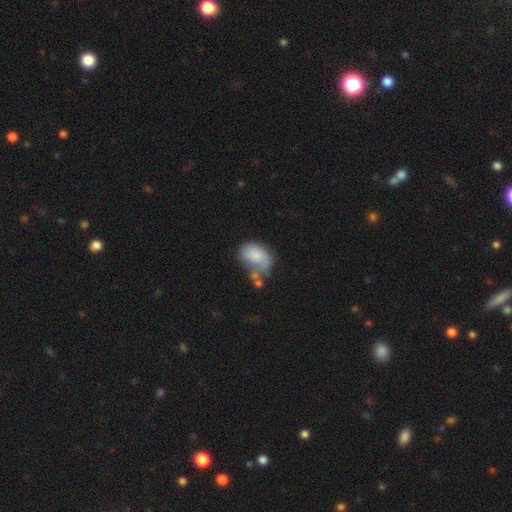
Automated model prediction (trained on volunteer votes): Smooth or featured? smooth (59%)
How rounded? in between (80%)
Merging? none (33%)